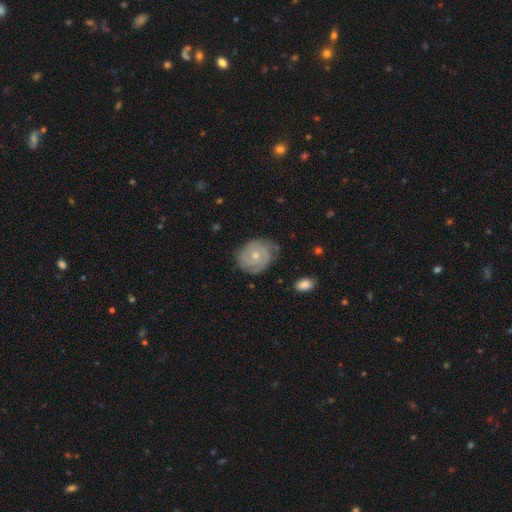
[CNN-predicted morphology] Q: Smooth or featured?
A: featured or disk (76%); runner-up: smooth (18%)
Q: Edge-on disk?
A: no (98%); runner-up: yes (2%)
Q: Bar?
A: no (75%); runner-up: weak (22%)
Q: Spiral arms?
A: yes (92%); runner-up: no (8%)
Q: Spiral winding?
A: tight (70%); runner-up: medium (24%)
Q: Spiral arm count?
A: 2 (48%); runner-up: can't tell (25%)
Q: Bulge size?
A: small (51%); runner-up: moderate (45%)
Q: Merging?
A: none (72%); runner-up: minor disturbance (21%)